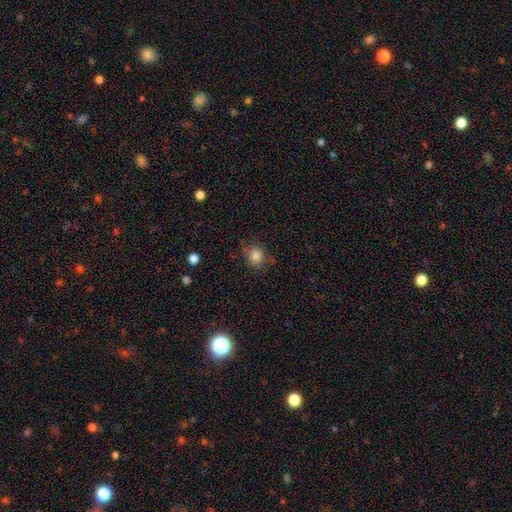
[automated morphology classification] smooth_or_featured: smooth (p=0.84) [alt: star or artifact p=0.11]
how_rounded: round (p=0.77) [alt: in between p=0.22]
merging: none (p=0.75) [alt: minor disturbance p=0.17]